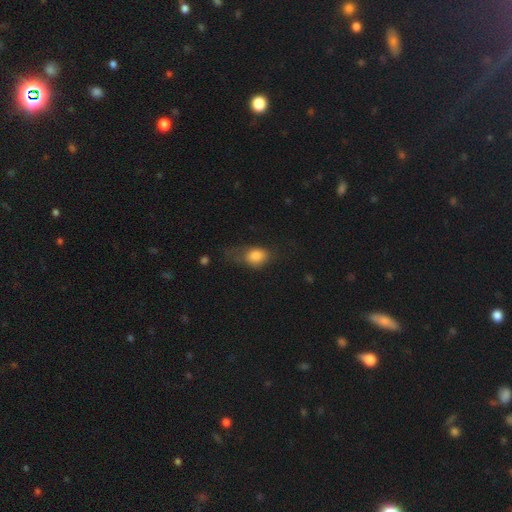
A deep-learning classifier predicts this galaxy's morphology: smooth-or-featured: smooth: 81% | featured or disk: 10% | star or artifact: 8%
  how-rounded: in between: 71% | round: 27% | cigar-shaped: 2%
  merging: none: 37% | minor disturbance: 33% | major disturbance: 27% | merger: 3%